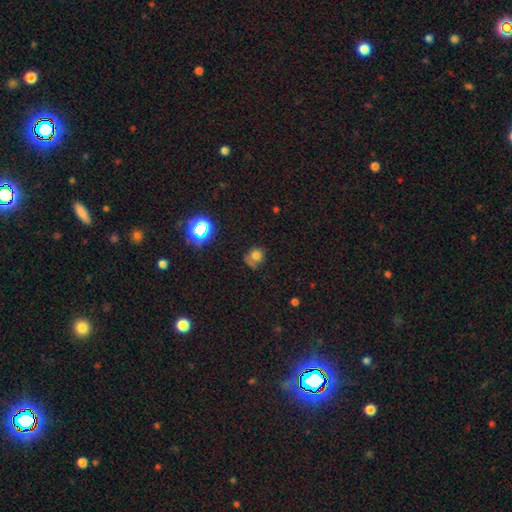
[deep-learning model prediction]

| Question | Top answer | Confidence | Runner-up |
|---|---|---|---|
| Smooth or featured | smooth | 69% | star or artifact (18%) |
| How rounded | round | 76% | in between (23%) |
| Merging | none | 53% | minor disturbance (27%) |